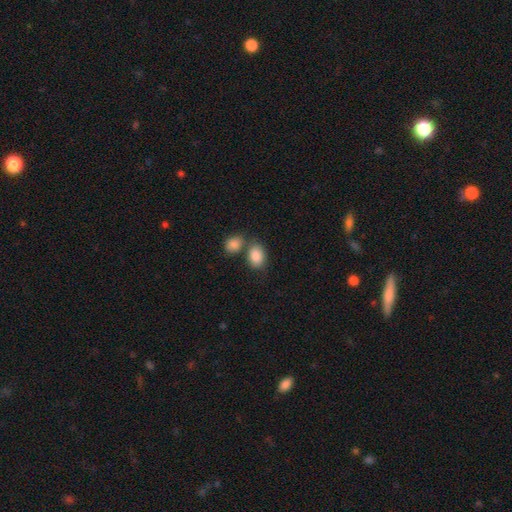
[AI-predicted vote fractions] A smooth galaxy with no disk features (87%) that is in between round and cigar-shaped (78%).

Vote fractions:
- Smooth or featured? smooth: 87% / star or artifact: 7% / featured or disk: 6%
- How rounded? in between: 78% / round: 20% / cigar-shaped: 1%
- Merging? none: 47% / merger: 37% / minor disturbance: 12% / major disturbance: 4%